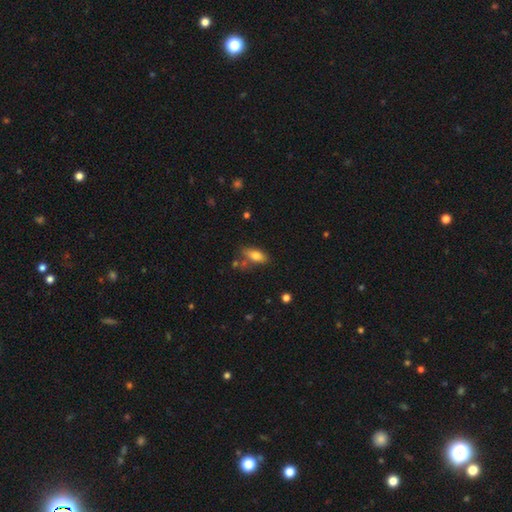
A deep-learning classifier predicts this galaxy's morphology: type=smooth (76%); roundness=in between (79%); merging=none (66%).